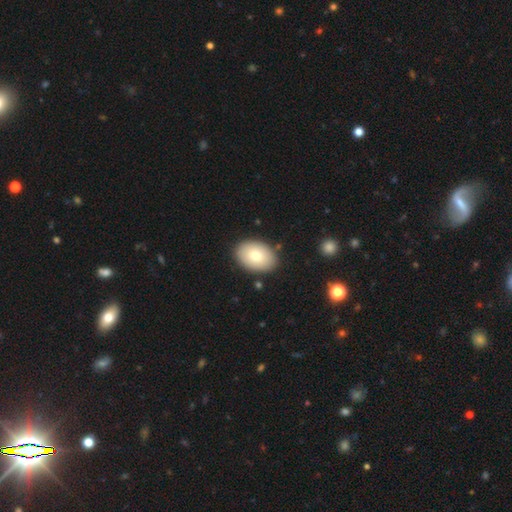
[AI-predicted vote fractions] The model was most divided on "smooth or featured": smooth: 77%, featured or disk: 17%, star or artifact: 7%. More confident: merging — none (87%); how rounded — in between (85%).